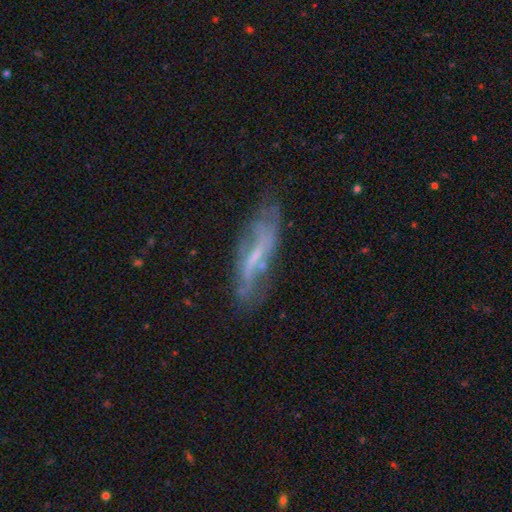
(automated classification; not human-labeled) smooth-or-featured: featured or disk: 66% | smooth: 25% | star or artifact: 9%
  disk-edge-on: no: 67% | yes: 33%
  merging: none: 63% | minor disturbance: 23% | major disturbance: 11% | merger: 3%